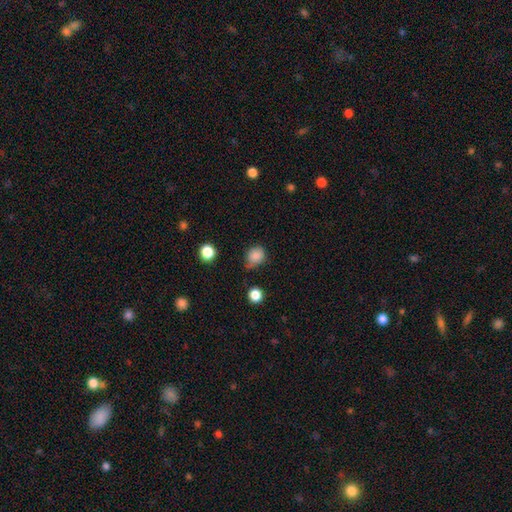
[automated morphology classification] This appears to be a smooth galaxy with no disk features (84%) that is round (63%). Merging: none (54%).